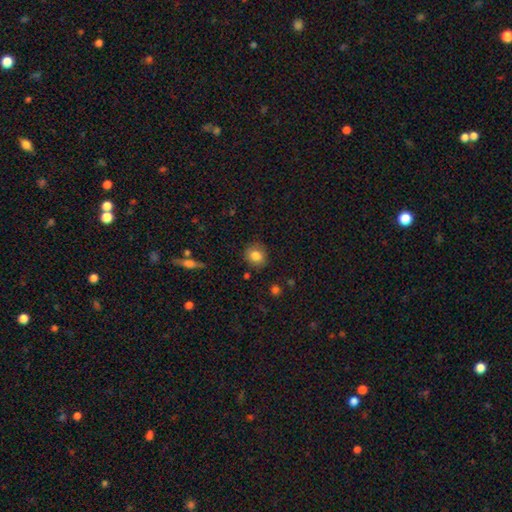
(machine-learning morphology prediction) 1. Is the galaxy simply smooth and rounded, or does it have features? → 82% smooth, 10% star or artifact, 9% featured or disk.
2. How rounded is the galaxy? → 78% round, 21% in between, 1% cigar-shaped.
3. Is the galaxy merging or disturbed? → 85% none, 11% minor disturbance, 3% major disturbance, 2% merger.